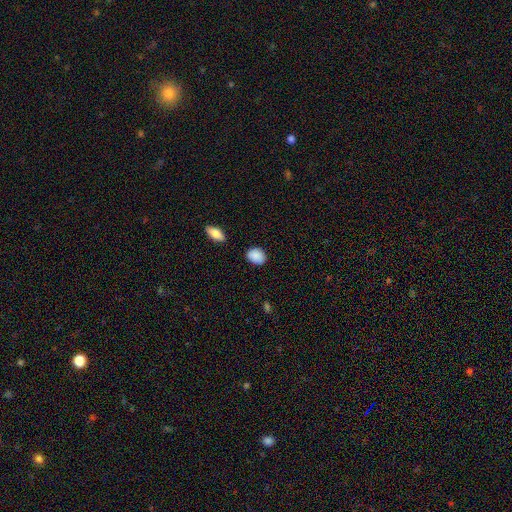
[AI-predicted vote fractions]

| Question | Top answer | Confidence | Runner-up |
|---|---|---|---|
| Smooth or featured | smooth | 89% | star or artifact (7%) |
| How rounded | in between | 60% | round (38%) |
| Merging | none | 84% | minor disturbance (12%) |